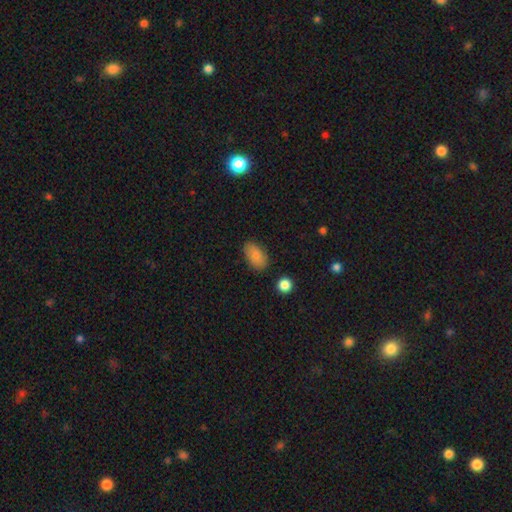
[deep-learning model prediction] This appears to be a smooth galaxy with no disk features (85%) that is in between round and cigar-shaped (92%). Merging: none (82%).